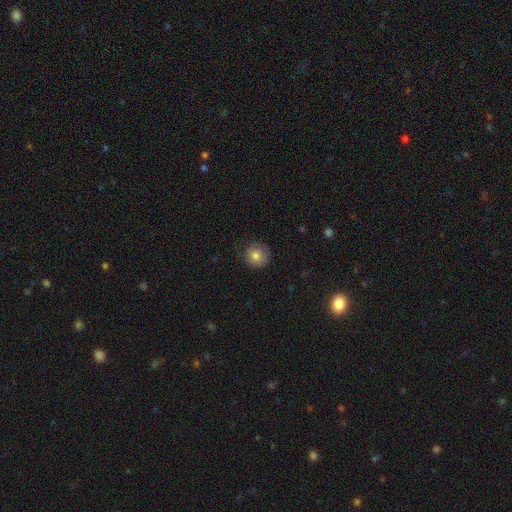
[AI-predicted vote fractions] Smooth or featured? Predicted: smooth (p=0.78). How rounded? Predicted: round (p=0.94). Merging? Predicted: none (p=0.82).